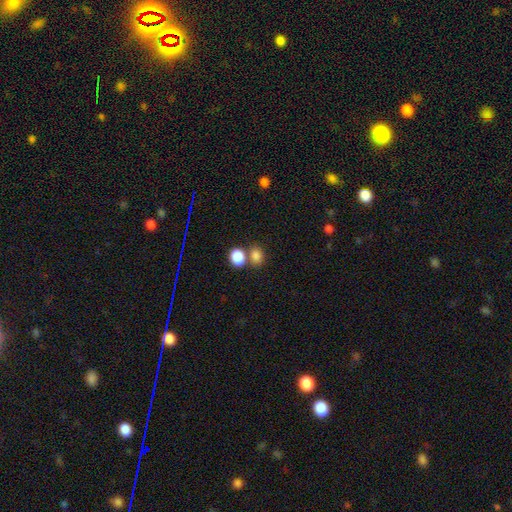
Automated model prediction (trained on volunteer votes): Smooth or featured?
  - smooth: 83% *
  - star or artifact: 11%
  - featured or disk: 5%
How rounded?
  - round: 50% *
  - in between: 49%
  - cigar-shaped: 1%
Merging?
  - none: 53% *
  - merger: 34%
  - minor disturbance: 9%
  - major disturbance: 4%